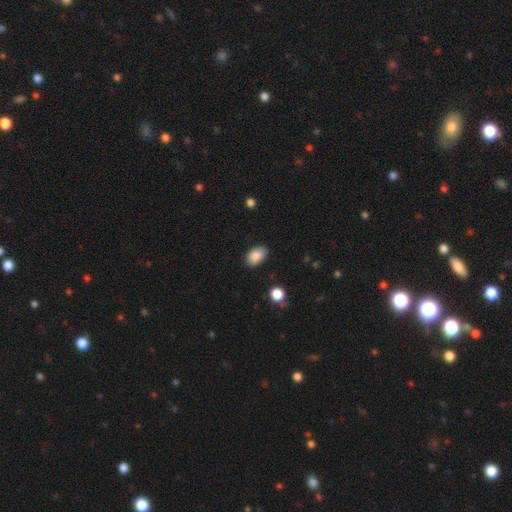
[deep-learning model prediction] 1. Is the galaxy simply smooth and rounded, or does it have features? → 87% smooth, 7% star or artifact, 5% featured or disk.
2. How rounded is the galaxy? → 90% in between, 9% round, 1% cigar-shaped.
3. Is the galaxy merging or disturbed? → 84% none, 12% minor disturbance, 3% major disturbance, 1% merger.